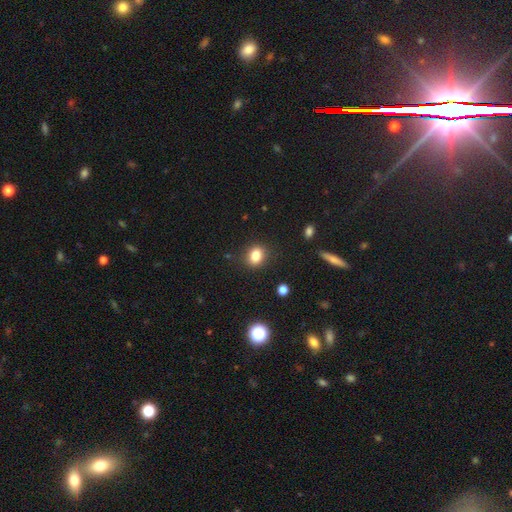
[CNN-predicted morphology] smooth_or_featured: smooth (p=0.82) [alt: star or artifact p=0.12]
how_rounded: in between (p=0.51) [alt: round p=0.47]
merging: none (p=0.85) [alt: minor disturbance p=0.10]